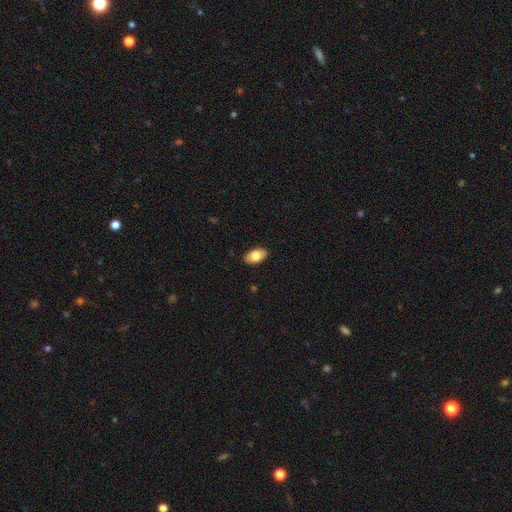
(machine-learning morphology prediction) Smooth or featured: smooth — 81% (featured or disk — 13%)
How rounded: in between — 94% (round — 5%)
Merging: none — 89% (minor disturbance — 8%)